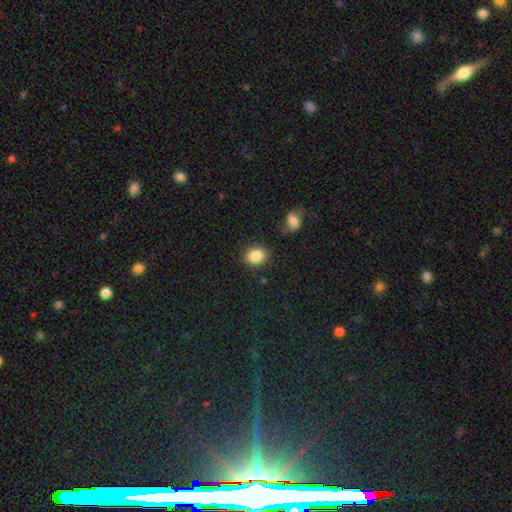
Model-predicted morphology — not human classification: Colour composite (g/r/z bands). It shows a smooth galaxy with no disk features (87%) that is in between round and cigar-shaped (50%). Merging: none (82%).